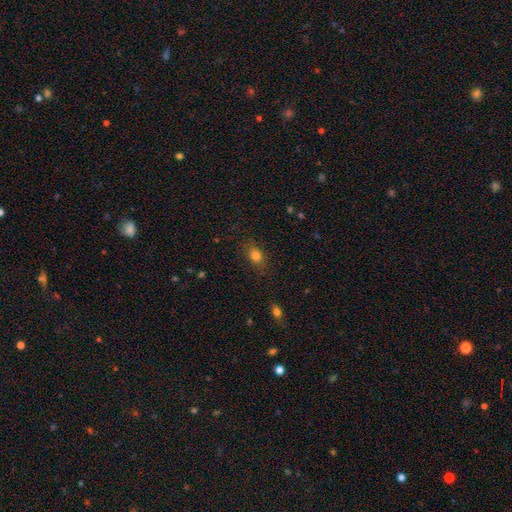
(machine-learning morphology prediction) The model was most divided on "how rounded": in between: 63%, round: 35%, cigar-shaped: 2%. More confident: merging — none (82%); smooth or featured — smooth (81%).